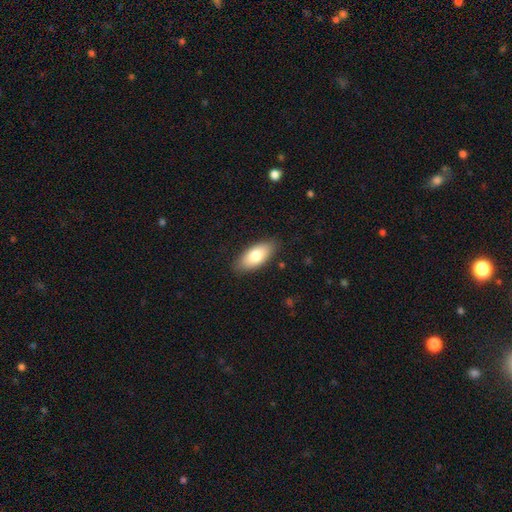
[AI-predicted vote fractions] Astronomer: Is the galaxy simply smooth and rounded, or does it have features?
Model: smooth — 77%.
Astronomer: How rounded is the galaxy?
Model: in between — 90%.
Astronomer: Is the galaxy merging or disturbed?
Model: none — 86%.